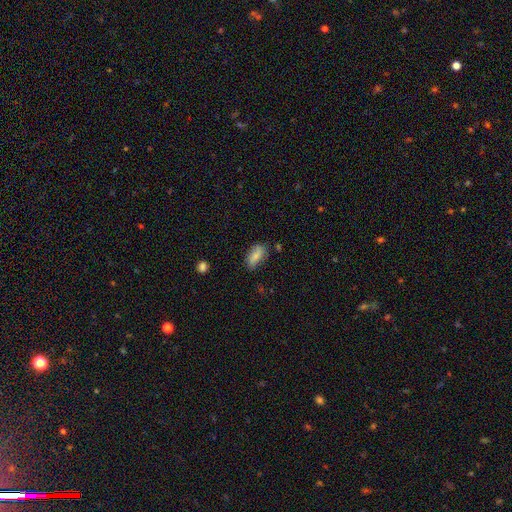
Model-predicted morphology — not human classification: A smooth galaxy with no disk features (72%) that is in between round and cigar-shaped (84%).

Vote fractions:
- Smooth or featured? smooth: 72% / featured or disk: 20% / star or artifact: 8%
- How rounded? in between: 84% / cigar-shaped: 13% / round: 4%
- Merging? none: 72% / minor disturbance: 21% / major disturbance: 5% / merger: 3%